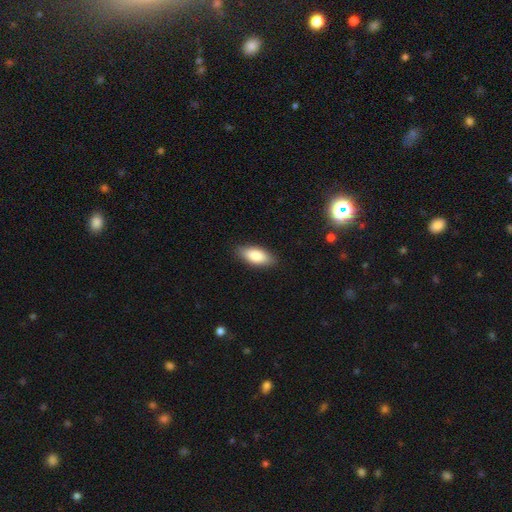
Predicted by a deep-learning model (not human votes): Overall: smooth (84%). How rounded: in between (84%). Merging: none (87%).